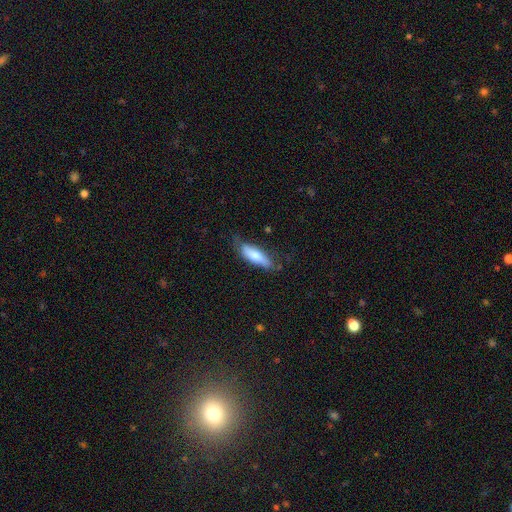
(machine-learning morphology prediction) Smooth or featured? smooth (68%)
How rounded? in between (53%)
Merging? none (62%)